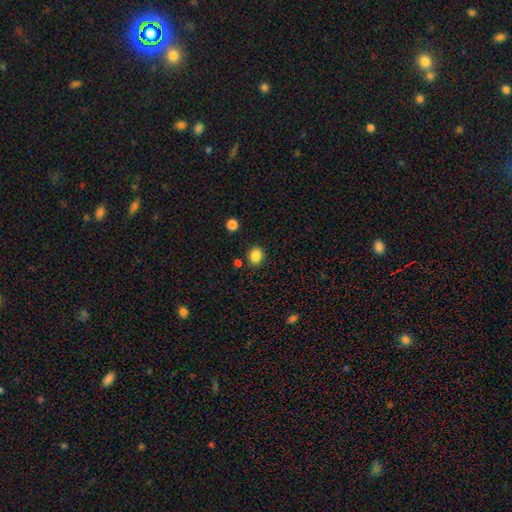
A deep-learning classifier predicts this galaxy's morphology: Smooth or featured? smooth (86%)
How rounded? round (66%)
Merging? none (83%)